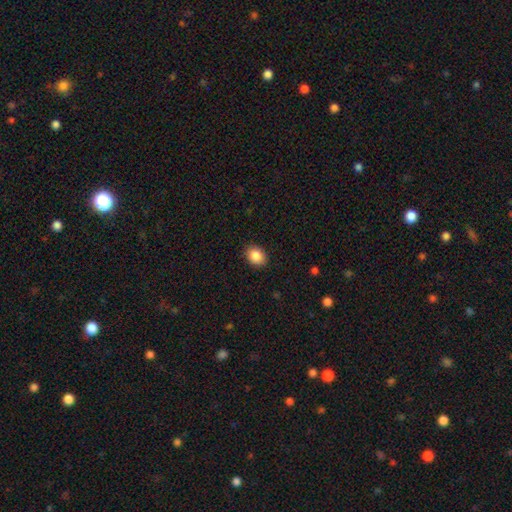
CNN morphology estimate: This is clearly a smooth galaxy (88%). How rounded: possibly in between (55%). Merging: clearly none (88%).